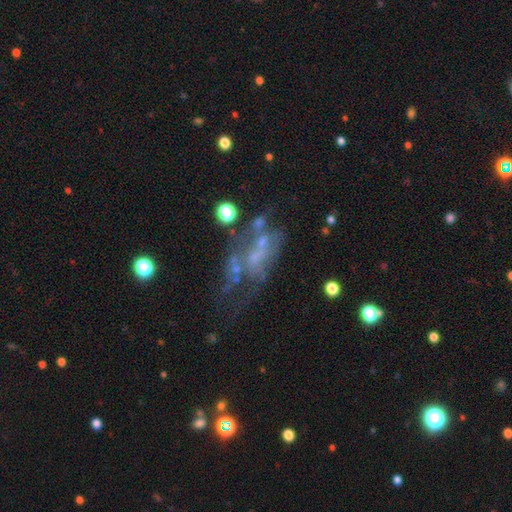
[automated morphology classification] featured or disk 58%, star or artifact 22%, smooth 20%. Down the decision tree: edge-on disk — no (93%); bar — no (79%); spiral arms — no (77%); bulge size — none (58%); merging — major disturbance (36%).